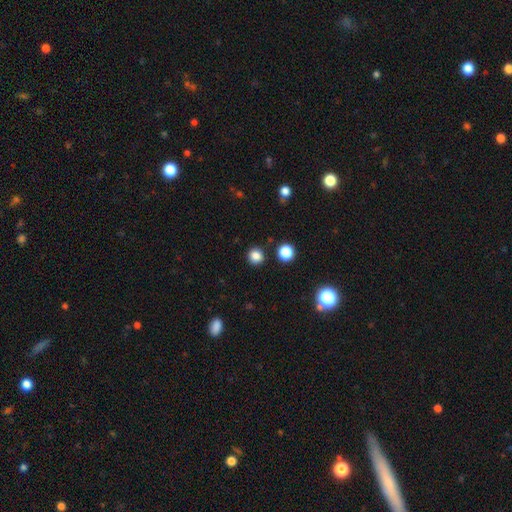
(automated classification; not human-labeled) A smooth galaxy with no disk features (83%) that is round (91%).

Vote fractions:
- Smooth or featured? smooth: 83% / star or artifact: 13% / featured or disk: 4%
- How rounded? round: 91% / in between: 8% / cigar-shaped: 1%
- Merging? none: 89% / minor disturbance: 6% / merger: 3% / major disturbance: 2%